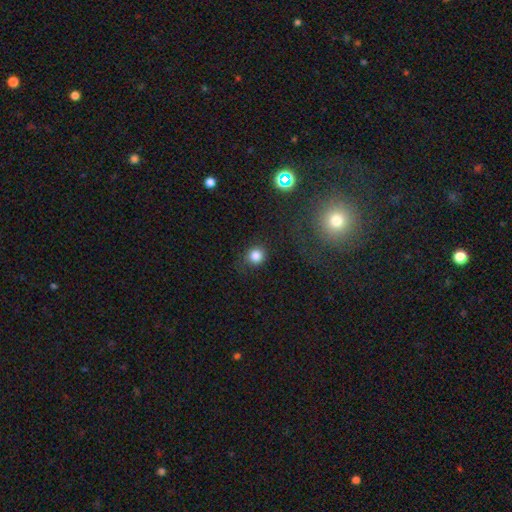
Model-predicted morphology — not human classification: A smooth galaxy with no disk features (82%) that is round (88%).

Vote fractions:
- Smooth or featured? smooth: 82% / star or artifact: 13% / featured or disk: 5%
- How rounded? round: 88% / in between: 11% / cigar-shaped: 1%
- Merging? none: 81% / minor disturbance: 12% / major disturbance: 5% / merger: 2%